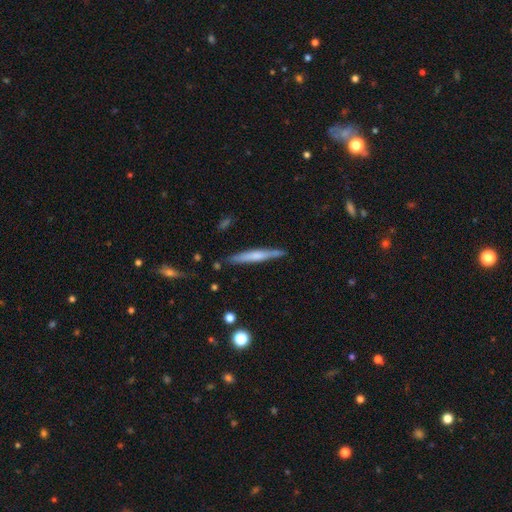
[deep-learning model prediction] A smooth galaxy with no disk features (49%). Merging: none (85%).